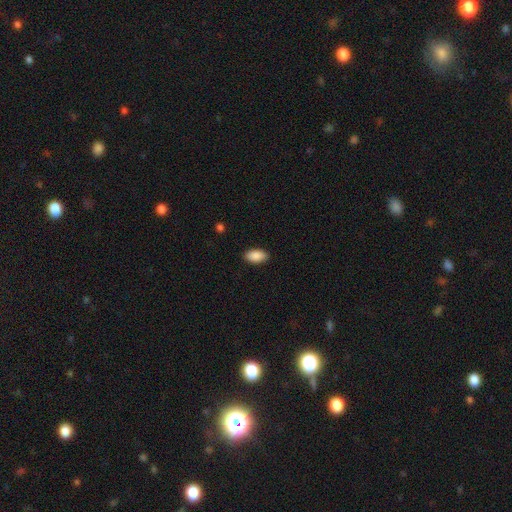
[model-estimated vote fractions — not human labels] A smooth galaxy with no disk features (90%) that is in between round and cigar-shaped (94%).

Vote fractions:
- Smooth or featured? smooth: 90% / star or artifact: 6% / featured or disk: 4%
- How rounded? in between: 94% / round: 3% / cigar-shaped: 3%
- Merging? none: 89% / minor disturbance: 8% / major disturbance: 2% / merger: 1%